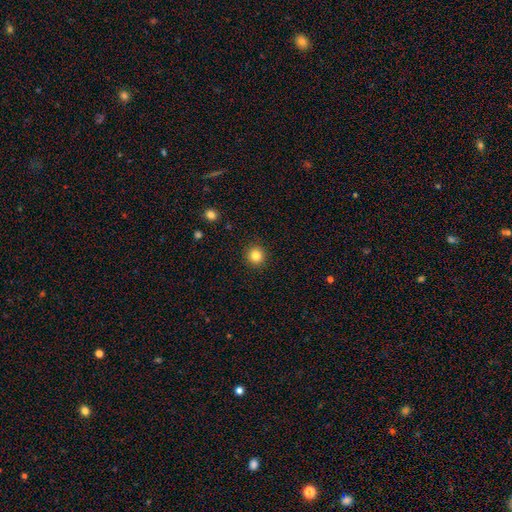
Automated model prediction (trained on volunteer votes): A smooth galaxy with no disk features (83%) that is round (94%). Merging: none (92%).